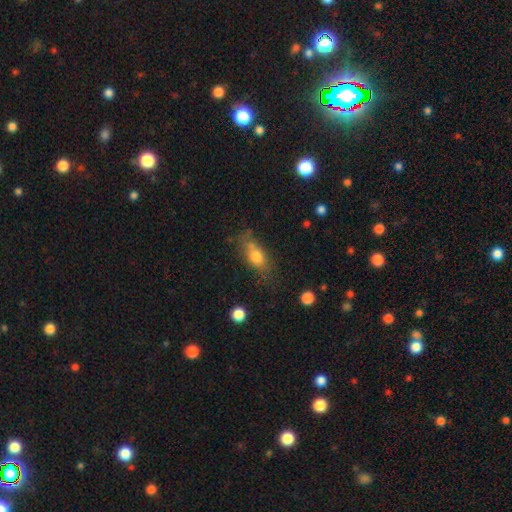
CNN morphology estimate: Smooth or featured? smooth (72%)
How rounded? in between (77%)
Merging? none (55%)